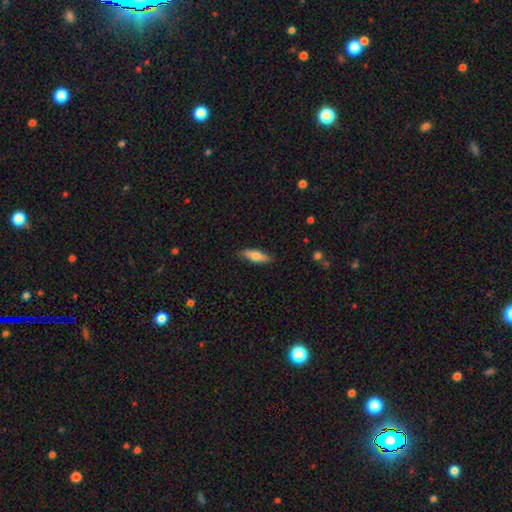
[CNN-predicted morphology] smooth-or-featured: smooth: 71% | featured or disk: 23% | star or artifact: 6%
  how-rounded: in between: 53% | cigar-shaped: 45% | round: 2%
  merging: none: 84% | minor disturbance: 13% | major disturbance: 2% | merger: 1%